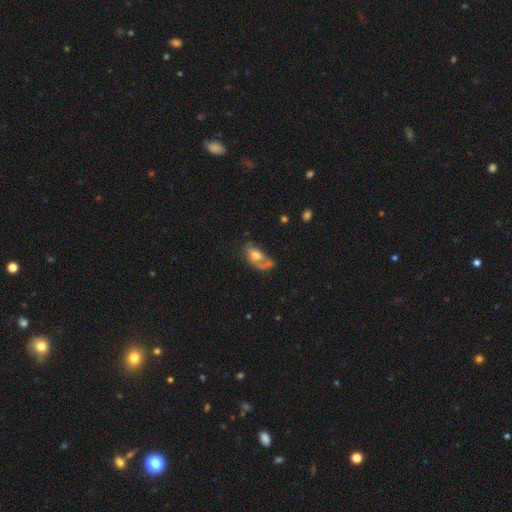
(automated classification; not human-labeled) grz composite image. It shows a smooth galaxy with no disk features (48%). Merging: none (35%).